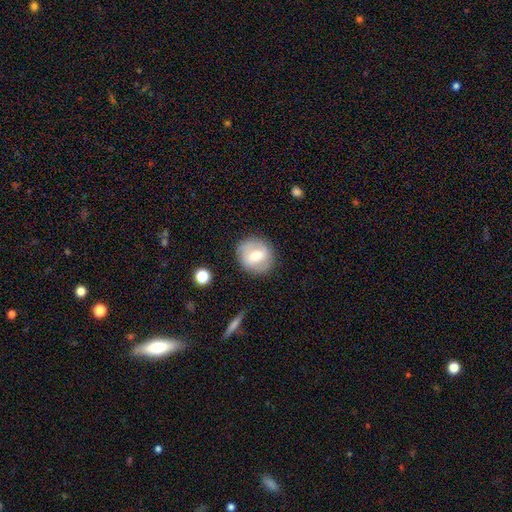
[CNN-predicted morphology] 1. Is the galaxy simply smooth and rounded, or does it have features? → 51% smooth, 41% featured or disk, 8% star or artifact.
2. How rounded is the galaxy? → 84% round, 15% in between, 1% cigar-shaped.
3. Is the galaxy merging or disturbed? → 83% none, 11% minor disturbance, 4% major disturbance, 2% merger.